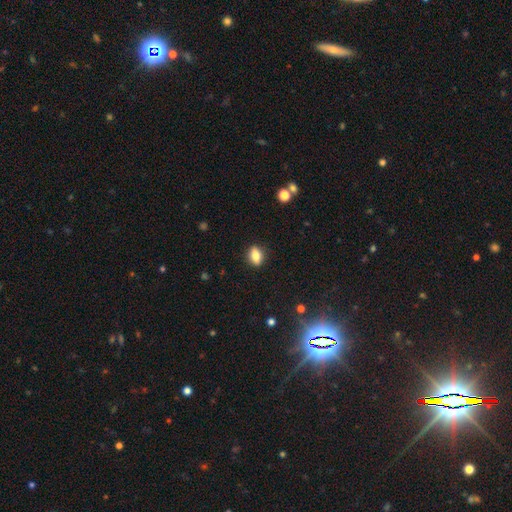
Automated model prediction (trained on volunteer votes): The model was most divided on "how rounded": in between: 72%, round: 21%, cigar-shaped: 7%. More confident: merging — none (88%); smooth or featured — smooth (73%).